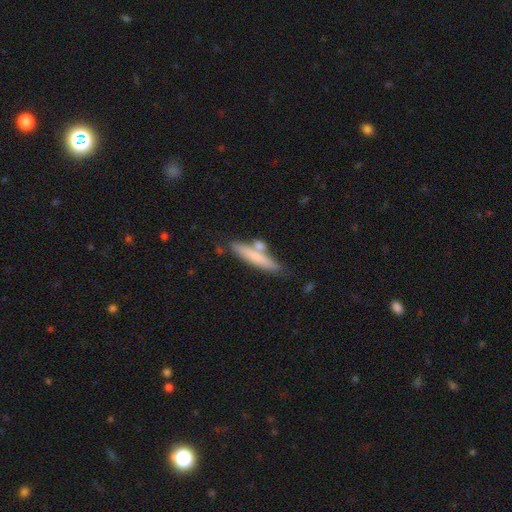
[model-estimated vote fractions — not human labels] smooth 66%, featured or disk 28%, star or artifact 6%. Down the decision tree: how rounded — cigar-shaped (86%); merging — none (66%).